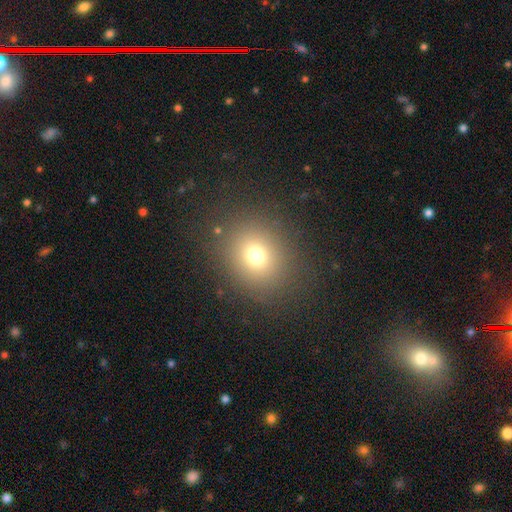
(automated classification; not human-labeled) Overall: smooth (71%). How rounded: round (76%). Merging: none (84%).